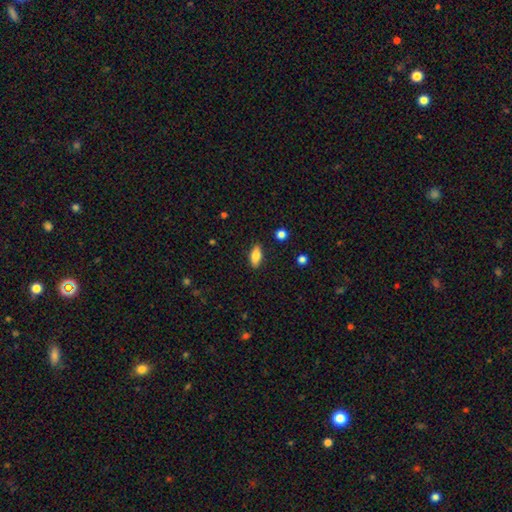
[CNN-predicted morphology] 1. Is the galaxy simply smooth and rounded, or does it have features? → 79% smooth, 14% featured or disk, 7% star or artifact.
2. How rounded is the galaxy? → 84% in between, 13% cigar-shaped, 3% round.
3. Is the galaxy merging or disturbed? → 87% none, 9% minor disturbance, 2% major disturbance, 1% merger.